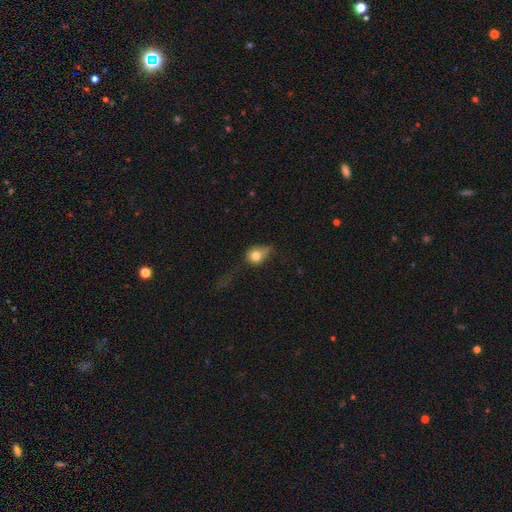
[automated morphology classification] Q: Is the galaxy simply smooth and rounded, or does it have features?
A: smooth — 72%.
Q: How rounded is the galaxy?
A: in between — 50%.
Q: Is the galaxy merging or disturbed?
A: major disturbance — 34%.